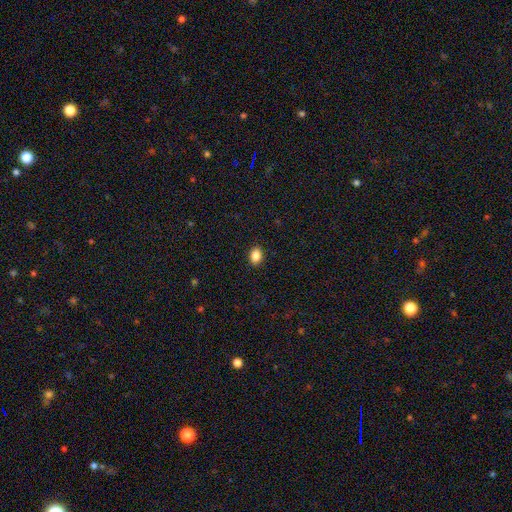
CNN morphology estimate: A smooth galaxy with no disk features (86%) that is in between round and cigar-shaped (77%). Merging: none (90%).